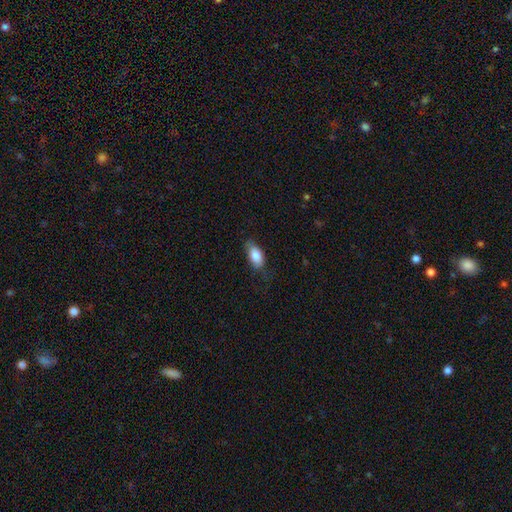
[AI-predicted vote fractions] Smooth or featured: smooth — 82% (featured or disk — 11%)
How rounded: in between — 89% (cigar-shaped — 6%)
Merging: none — 67% (minor disturbance — 25%)